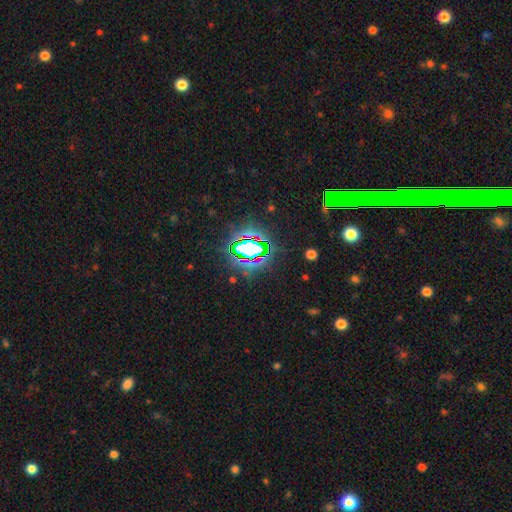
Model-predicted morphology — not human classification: Smooth or featured?
  - star or artifact: 76% *
  - smooth: 14%
  - featured or disk: 10%